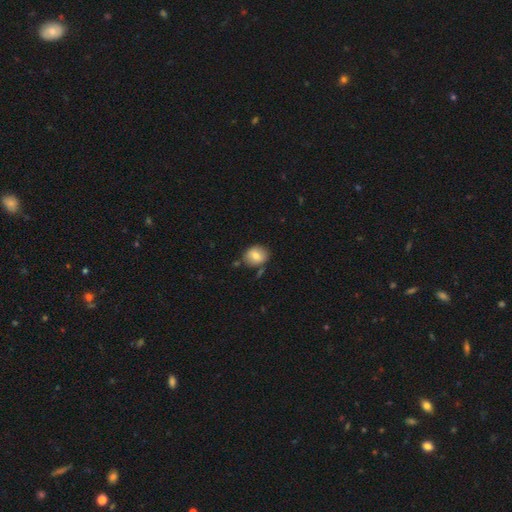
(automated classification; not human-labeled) Smooth or featured: smooth — 76% (featured or disk — 16%)
How rounded: round — 60% (in between — 39%)
Merging: none — 75% (minor disturbance — 16%)